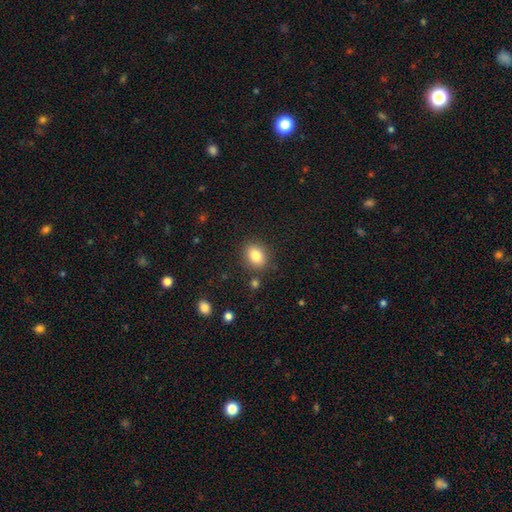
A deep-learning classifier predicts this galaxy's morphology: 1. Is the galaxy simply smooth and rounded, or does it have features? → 83% smooth, 10% star or artifact, 8% featured or disk.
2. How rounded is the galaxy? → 54% in between, 45% round, 1% cigar-shaped.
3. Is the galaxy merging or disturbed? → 84% none, 9% minor disturbance, 3% merger, 3% major disturbance.